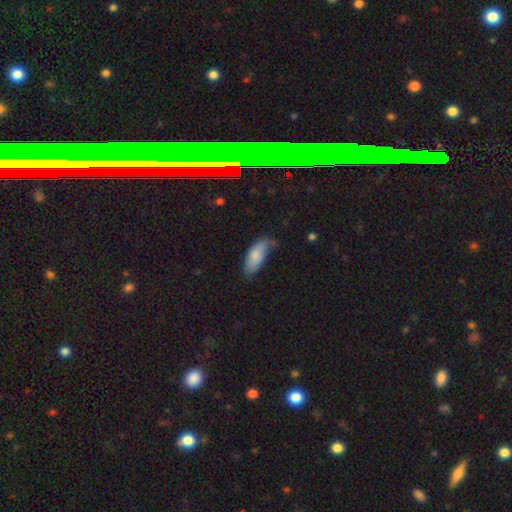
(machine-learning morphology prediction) smooth-or-featured: smooth: 81% | featured or disk: 13% | star or artifact: 6%
  how-rounded: in between: 84% | cigar-shaped: 15% | round: 2%
  merging: none: 54% | minor disturbance: 35% | major disturbance: 9% | merger: 3%